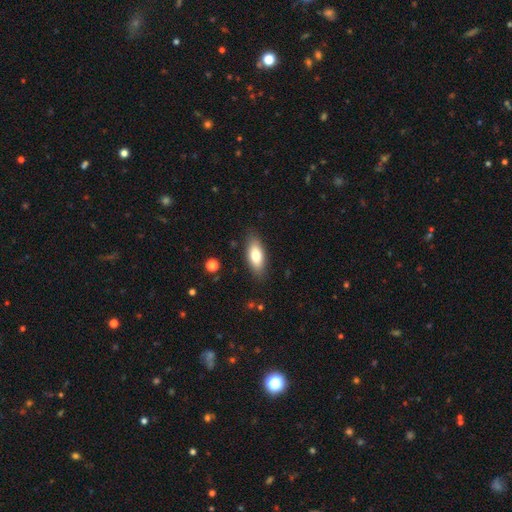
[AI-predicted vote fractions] Smooth or featured?
  - smooth: 75% *
  - featured or disk: 18%
  - star or artifact: 7%
How rounded?
  - in between: 81% *
  - cigar-shaped: 16%
  - round: 3%
Merging?
  - none: 85% *
  - minor disturbance: 11%
  - major disturbance: 3%
  - merger: 1%